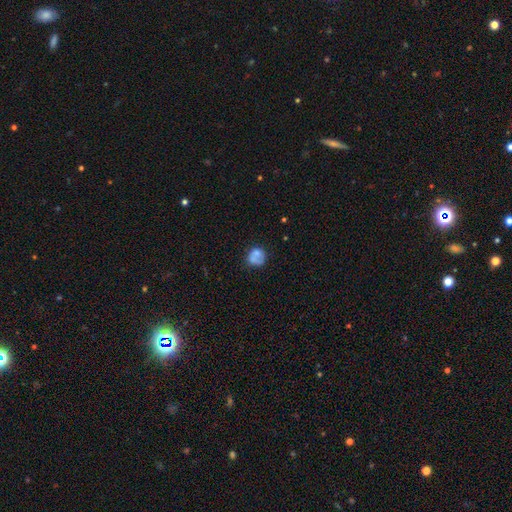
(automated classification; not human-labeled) A smooth galaxy with no disk features (63%) that is round (76%). Merging: none (47%).